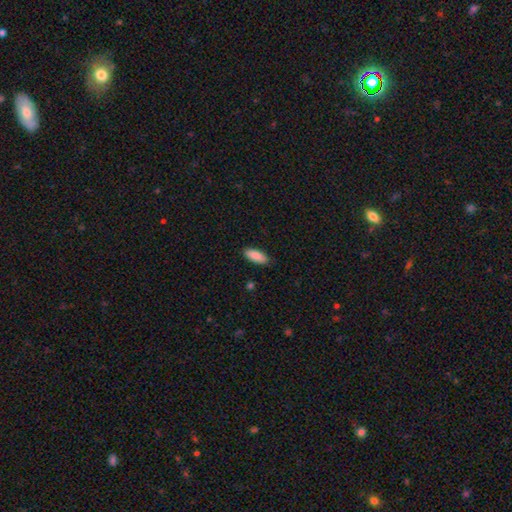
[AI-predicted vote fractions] smooth-or-featured: smooth: 89% | star or artifact: 6% | featured or disk: 5%
  how-rounded: in between: 77% | cigar-shaped: 22% | round: 2%
  merging: none: 88% | minor disturbance: 9% | major disturbance: 2% | merger: 1%